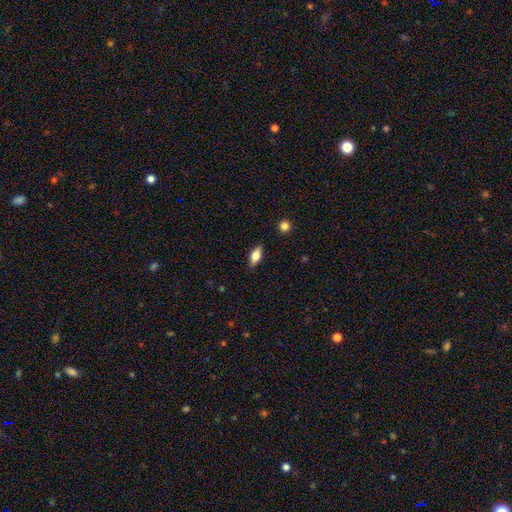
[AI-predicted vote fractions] smooth 63%, featured or disk 29%, star or artifact 8%. Down the decision tree: how rounded — in between (77%); merging — none (86%).